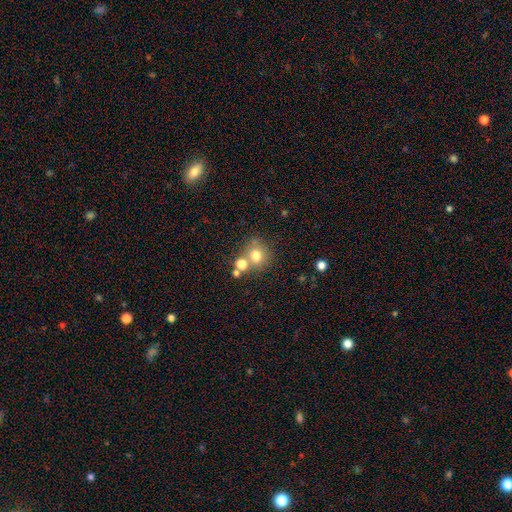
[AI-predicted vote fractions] Morphology: type=smooth (73%); roundness=round (83%); merging=none (58%).